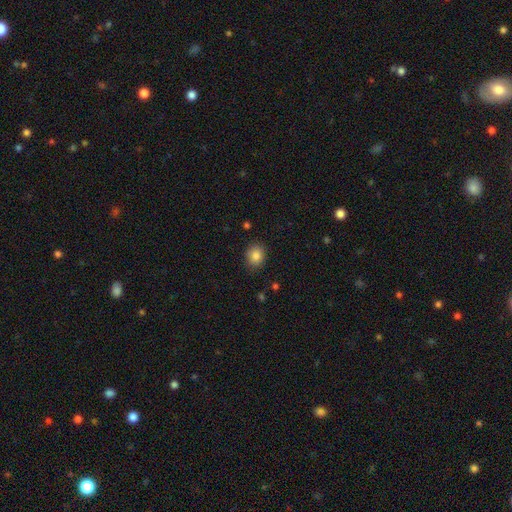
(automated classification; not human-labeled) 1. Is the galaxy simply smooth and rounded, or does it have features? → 85% smooth, 10% star or artifact, 5% featured or disk.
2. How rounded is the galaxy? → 63% round, 36% in between, 1% cigar-shaped.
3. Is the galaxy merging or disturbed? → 85% none, 11% minor disturbance, 3% major disturbance, 1% merger.